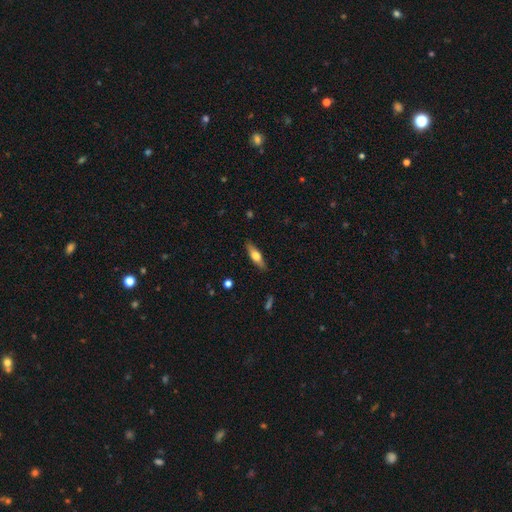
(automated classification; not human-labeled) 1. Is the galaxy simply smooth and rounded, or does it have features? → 55% smooth, 38% featured or disk, 6% star or artifact.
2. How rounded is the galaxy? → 53% cigar-shaped, 44% in between, 3% round.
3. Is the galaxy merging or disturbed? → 87% none, 10% minor disturbance, 2% major disturbance, 1% merger.